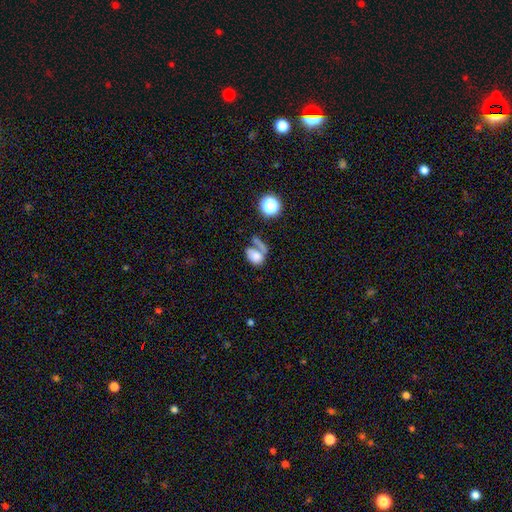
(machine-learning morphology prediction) The model was most divided on "merging": merger: 40%, none: 29%, major disturbance: 19%, minor disturbance: 12%. More confident: how rounded — in between (73%); smooth or featured — smooth (68%).